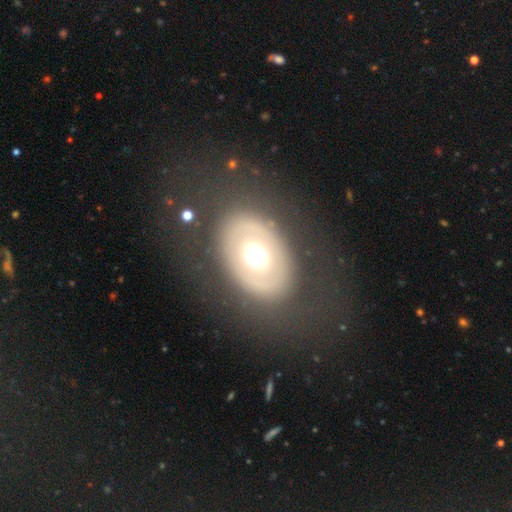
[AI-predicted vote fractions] Q: Smooth or featured?
A: featured or disk (48%); runner-up: smooth (43%)
Q: Merging?
A: none (79%); runner-up: minor disturbance (11%)